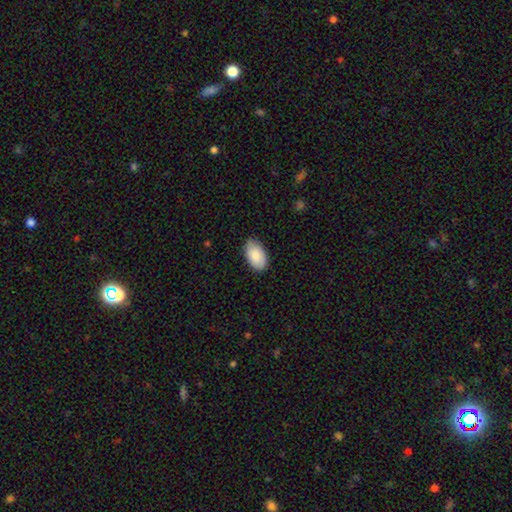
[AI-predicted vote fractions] This appears to be a smooth galaxy with no disk features (87%) that is in between round and cigar-shaped (95%). Merging: none (82%).